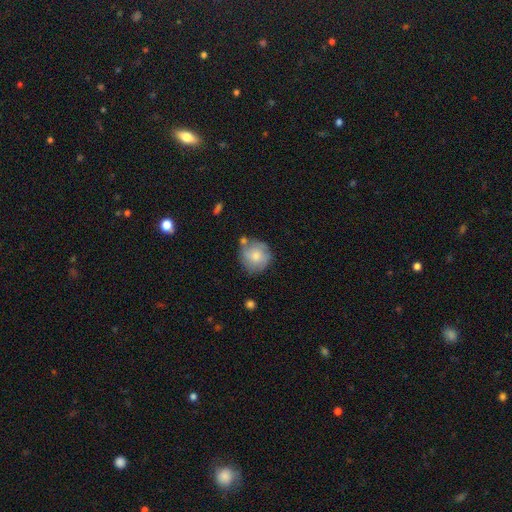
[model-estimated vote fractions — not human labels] Smooth or featured?
  - smooth: 67% *
  - featured or disk: 26%
  - star or artifact: 7%
How rounded?
  - round: 90% *
  - in between: 9%
  - cigar-shaped: 1%
Merging?
  - none: 63% *
  - minor disturbance: 22%
  - merger: 9%
  - major disturbance: 6%